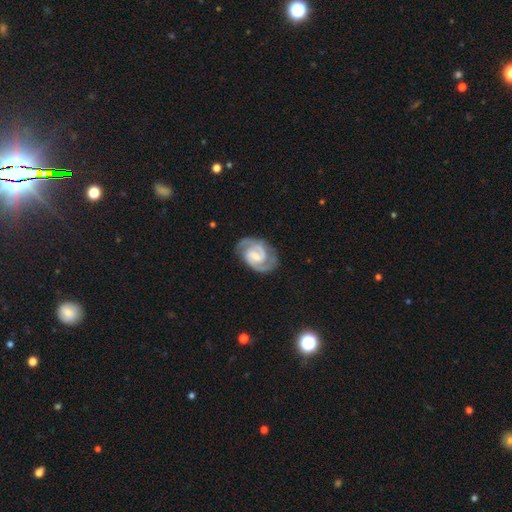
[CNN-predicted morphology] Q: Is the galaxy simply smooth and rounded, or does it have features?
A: featured or disk — 89%.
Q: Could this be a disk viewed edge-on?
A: no — 98%.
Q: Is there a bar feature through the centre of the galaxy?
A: weak — 55%.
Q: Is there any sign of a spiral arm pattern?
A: yes — 98%.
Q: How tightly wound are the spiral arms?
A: medium — 50%.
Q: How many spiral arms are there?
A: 2 — 92%.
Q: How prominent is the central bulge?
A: small — 42%.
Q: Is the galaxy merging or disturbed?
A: none — 80%.